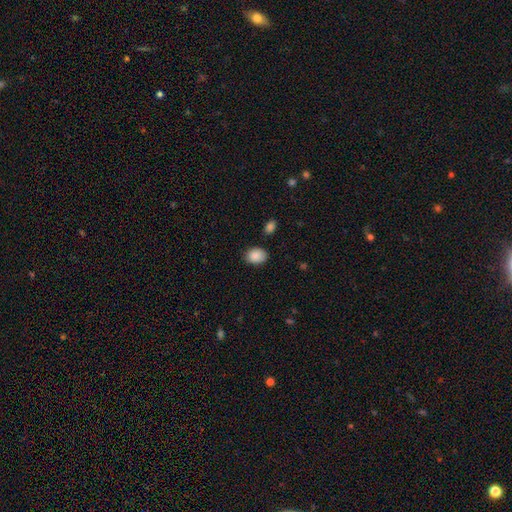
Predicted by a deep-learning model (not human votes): Q: Smooth or featured?
A: smooth (89%); runner-up: star or artifact (8%)
Q: How rounded?
A: in between (66%); runner-up: round (34%)
Q: Merging?
A: none (81%); runner-up: minor disturbance (13%)